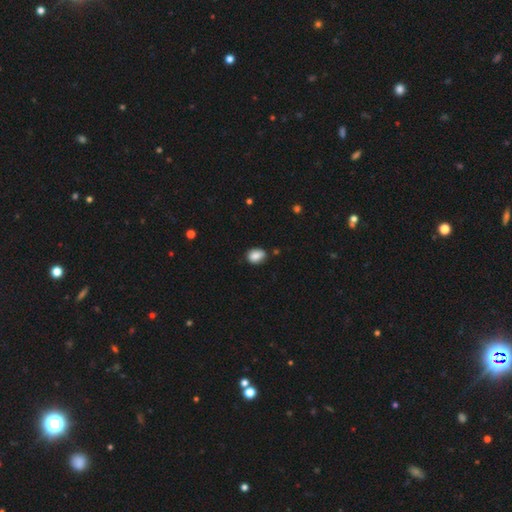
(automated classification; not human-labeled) smooth 86%, star or artifact 8%, featured or disk 6%. Down the decision tree: how rounded — in between (75%); merging — none (73%).